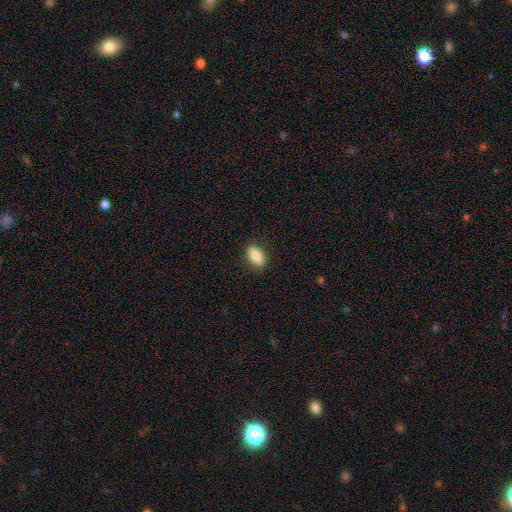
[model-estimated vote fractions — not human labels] The model was most divided on "smooth or featured": smooth: 80%, featured or disk: 12%, star or artifact: 7%. More confident: merging — none (87%); how rounded — in between (87%).